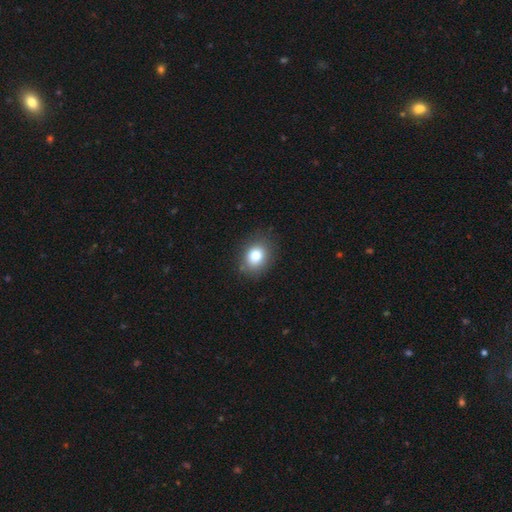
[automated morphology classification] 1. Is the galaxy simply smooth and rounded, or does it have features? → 79% smooth, 11% star or artifact, 10% featured or disk.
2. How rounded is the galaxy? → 53% round, 46% in between, 1% cigar-shaped.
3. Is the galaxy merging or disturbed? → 84% none, 11% minor disturbance, 3% major disturbance, 1% merger.